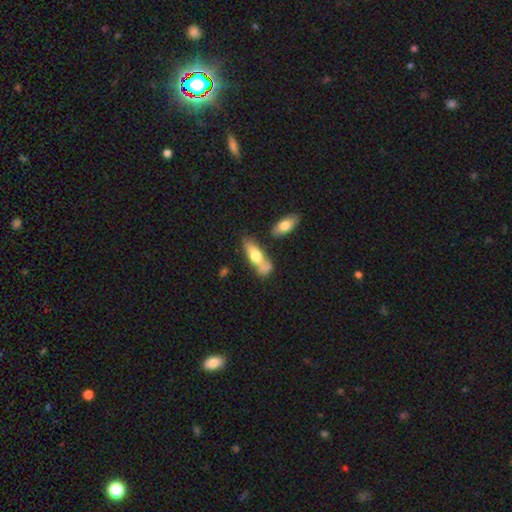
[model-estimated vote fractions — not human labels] This is likely a smooth galaxy (66%). How rounded: likely in between (62%). Merging: possibly none (46%).